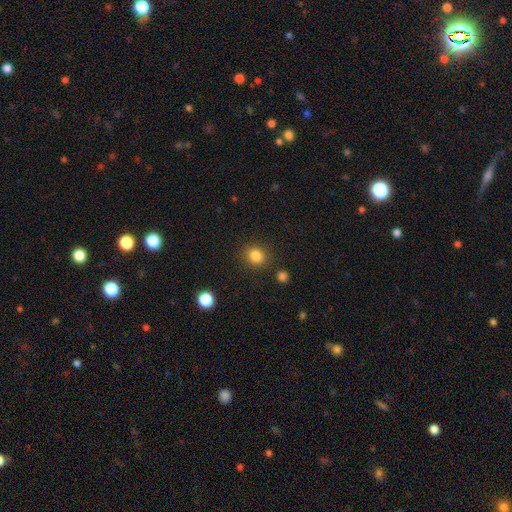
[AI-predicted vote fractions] Q: Smooth or featured?
A: smooth (84%); runner-up: star or artifact (11%)
Q: How rounded?
A: round (73%); runner-up: in between (26%)
Q: Merging?
A: none (86%); runner-up: minor disturbance (8%)